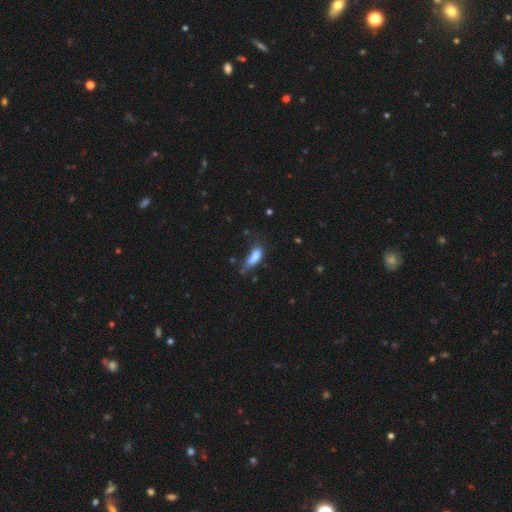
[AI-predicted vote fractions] This appears to be a smooth galaxy with no disk features (80%) that is in between round and cigar-shaped (76%). Merging: none (39%).